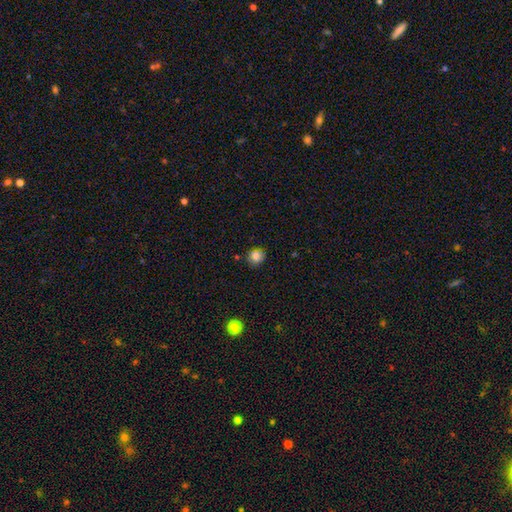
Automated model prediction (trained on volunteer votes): Morphology: type=smooth (82%); roundness=round (79%); merging=none (82%).